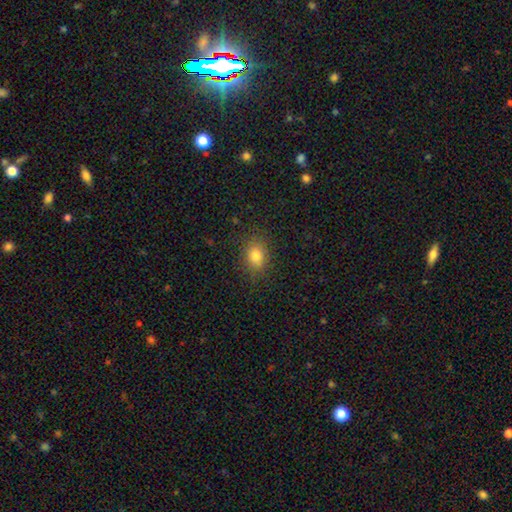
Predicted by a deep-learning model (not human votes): Morphology: type=smooth (82%); roundness=in between (66%); merging=none (84%).